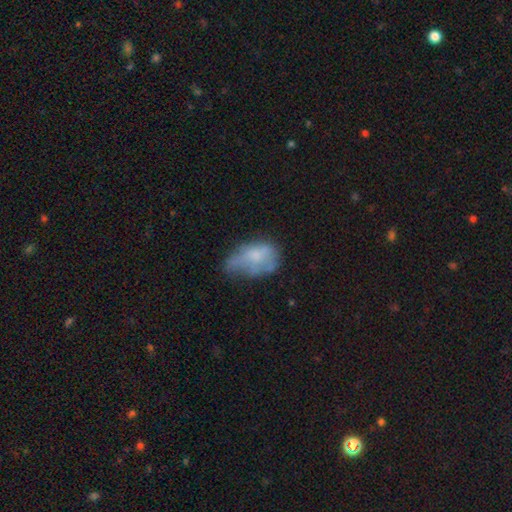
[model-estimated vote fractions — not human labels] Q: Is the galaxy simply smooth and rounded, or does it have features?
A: smooth — 54%.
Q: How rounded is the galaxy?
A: in between — 87%.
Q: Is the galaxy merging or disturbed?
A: minor disturbance — 36%.